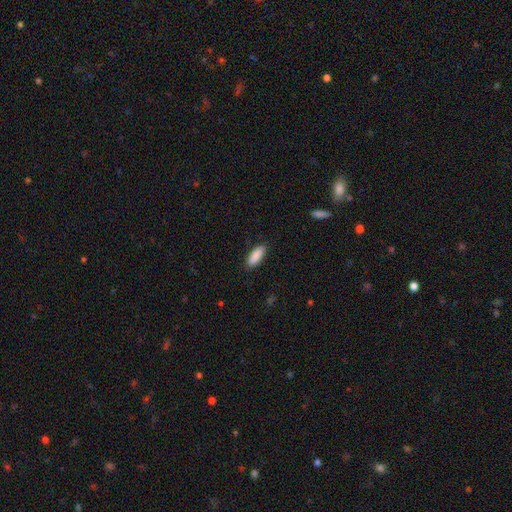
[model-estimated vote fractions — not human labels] This is clearly a smooth galaxy (90%). How rounded: likely in between (72%). Merging: clearly none (87%).